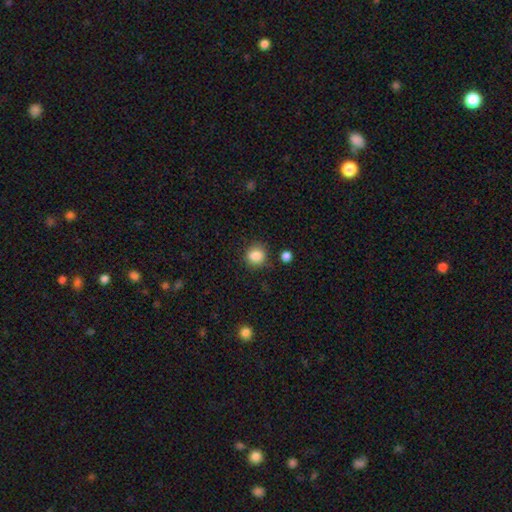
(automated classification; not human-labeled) This appears to be a smooth galaxy with no disk features (87%) that is round (83%). Merging: none (80%).